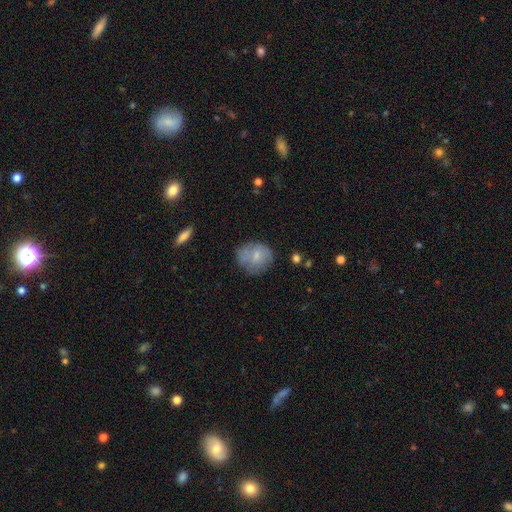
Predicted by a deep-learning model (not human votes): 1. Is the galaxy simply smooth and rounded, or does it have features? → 66% smooth, 26% featured or disk, 8% star or artifact.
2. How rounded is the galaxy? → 78% round, 20% in between, 1% cigar-shaped.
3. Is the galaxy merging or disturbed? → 62% none, 24% minor disturbance, 8% major disturbance, 6% merger.